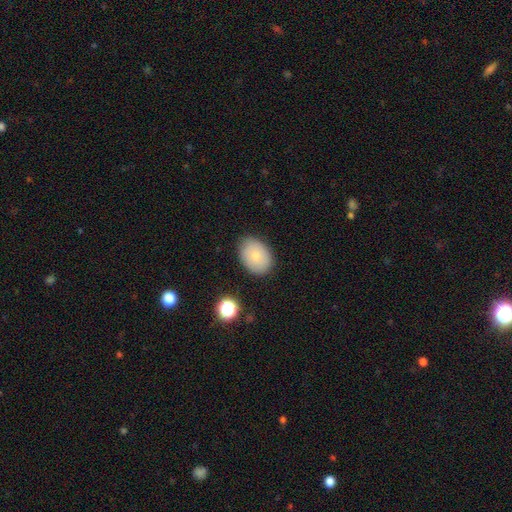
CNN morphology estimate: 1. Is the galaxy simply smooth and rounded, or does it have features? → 77% smooth, 15% featured or disk, 9% star or artifact.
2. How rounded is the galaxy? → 75% in between, 24% round, 1% cigar-shaped.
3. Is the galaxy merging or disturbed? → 82% none, 13% minor disturbance, 3% major disturbance, 2% merger.